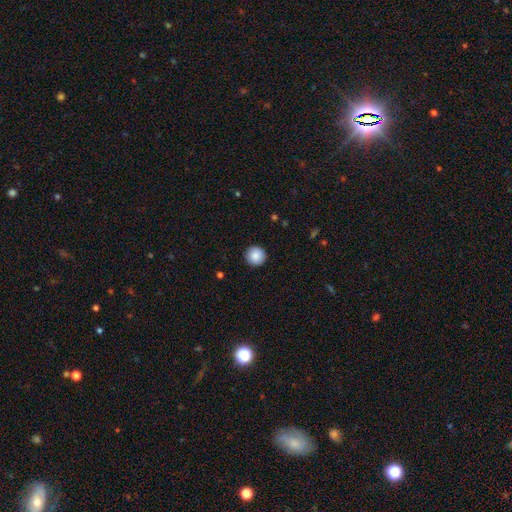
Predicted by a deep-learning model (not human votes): A smooth galaxy with no disk features (88%) that is round (96%).

Vote fractions:
- Smooth or featured? smooth: 88% / star or artifact: 8% / featured or disk: 3%
- How rounded? round: 96% / in between: 3% / cigar-shaped: 1%
- Merging? none: 93% / minor disturbance: 4% / major disturbance: 2% / merger: 1%